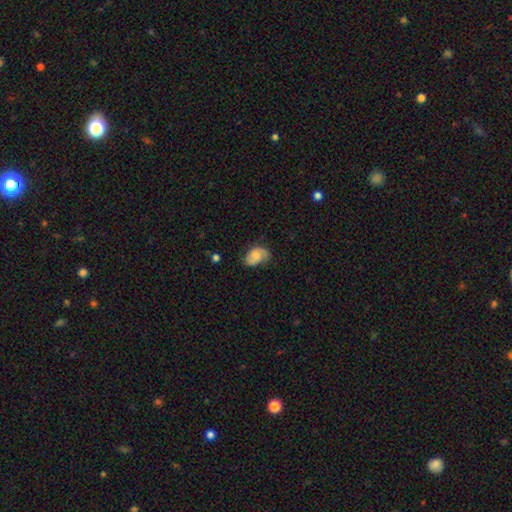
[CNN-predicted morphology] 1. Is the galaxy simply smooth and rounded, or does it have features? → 62% smooth, 30% featured or disk, 8% star or artifact.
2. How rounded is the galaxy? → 85% in between, 14% round, 1% cigar-shaped.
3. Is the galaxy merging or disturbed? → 55% none, 33% minor disturbance, 11% major disturbance, 2% merger.